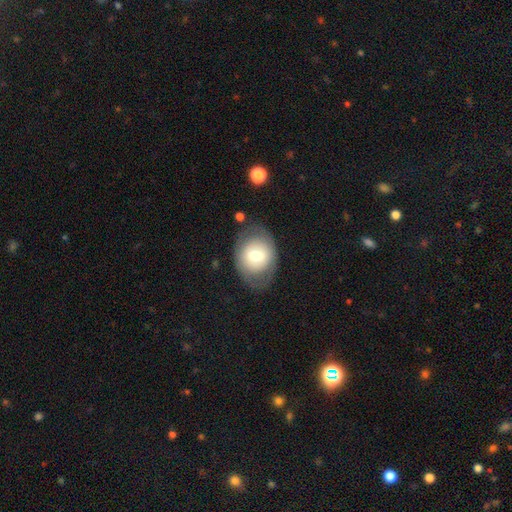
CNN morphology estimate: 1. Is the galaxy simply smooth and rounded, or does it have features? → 57% smooth, 36% featured or disk, 8% star or artifact.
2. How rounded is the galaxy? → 56% in between, 43% round, 1% cigar-shaped.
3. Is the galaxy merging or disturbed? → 70% none, 19% minor disturbance, 9% major disturbance, 2% merger.